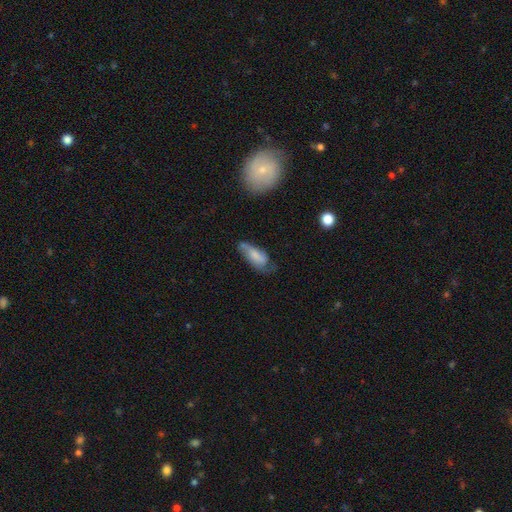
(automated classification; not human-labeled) A smooth galaxy with no disk features (61%) that is in between round and cigar-shaped (76%).

Vote fractions:
- Smooth or featured? smooth: 61% / featured or disk: 31% / star or artifact: 7%
- How rounded? in between: 76% / cigar-shaped: 22% / round: 3%
- Merging? none: 43% / minor disturbance: 34% / major disturbance: 19% / merger: 4%